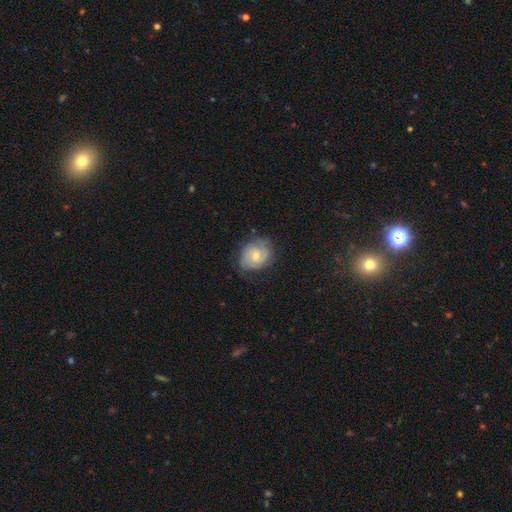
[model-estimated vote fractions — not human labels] smooth-or-featured: featured or disk: 64% | smooth: 29% | star or artifact: 7%
  disk-edge-on: no: 97% | yes: 3%
    bar: no: 71% | weak: 25% | strong: 4%
    has-spiral-arms: yes: 88% | no: 12%
      spiral-winding: tight: 59% | medium: 31% | loose: 10%
      spiral-arm-count: 2: 47% | can't tell: 29% | 3: 14% | 1: 4% | 4: 4% | more than 4: 3%
    bulge-size: moderate: 50% | small: 45% | large: 2% | none: 2% | dominant: 1%
  merging: none: 70% | minor disturbance: 22% | major disturbance: 7% | merger: 1%